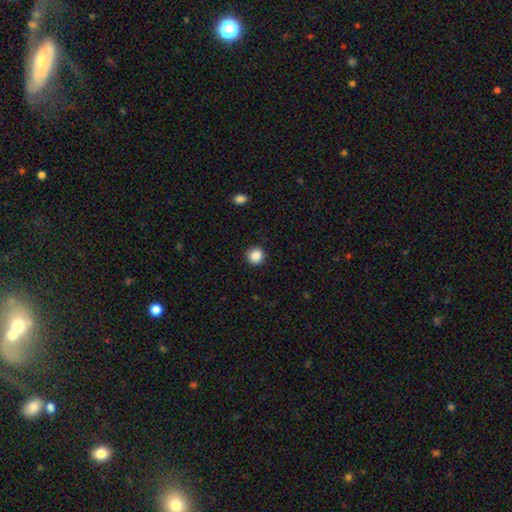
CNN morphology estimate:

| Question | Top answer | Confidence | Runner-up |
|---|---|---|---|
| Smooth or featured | smooth | 88% | star or artifact (9%) |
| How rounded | round | 92% | in between (7%) |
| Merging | none | 91% | minor disturbance (6%) |